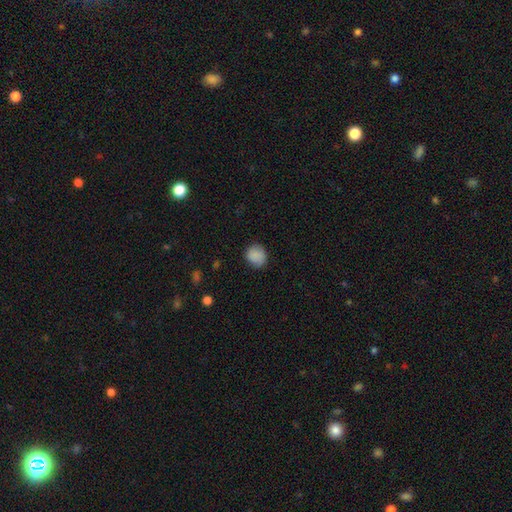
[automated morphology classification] Smooth or featured: smooth — 86% (star or artifact — 8%)
How rounded: round — 77% (in between — 22%)
Merging: none — 79% (minor disturbance — 16%)